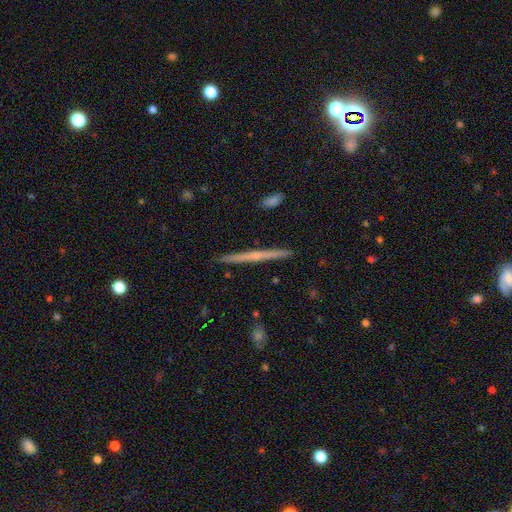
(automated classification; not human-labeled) This appears to be a featured or disk galaxy (61%) viewed edge-on (98%) with no central bulge (66%). Merging: none (93%).